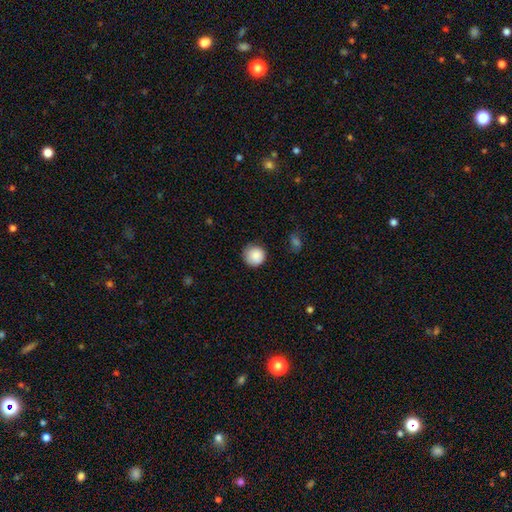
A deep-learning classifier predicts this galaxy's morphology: This is clearly a smooth galaxy (88%). How rounded: clearly round (94%). Merging: clearly none (82%).